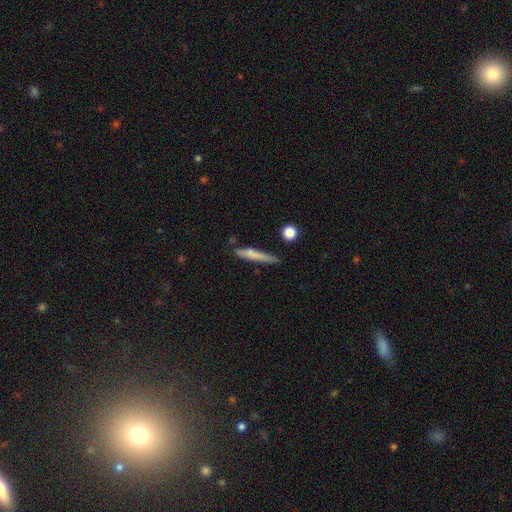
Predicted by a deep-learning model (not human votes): smooth-or-featured: smooth: 67% | featured or disk: 26% | star or artifact: 7%
  how-rounded: cigar-shaped: 92% | in between: 6% | round: 2%
  merging: none: 74% | minor disturbance: 18% | major disturbance: 4% | merger: 4%